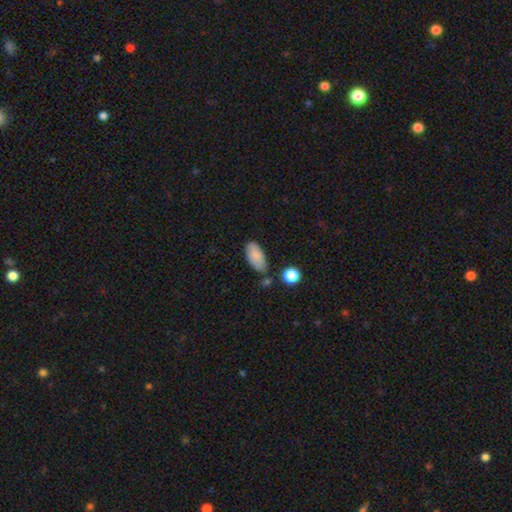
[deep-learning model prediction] Smooth or featured? smooth (83%)
How rounded? in between (92%)
Merging? none (68%)